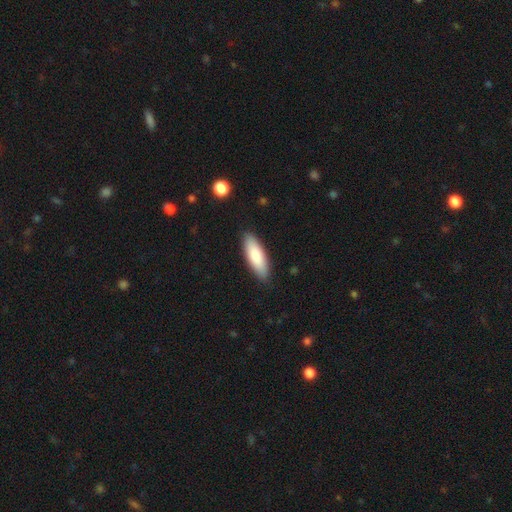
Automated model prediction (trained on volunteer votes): A smooth galaxy with no disk features (84%) that is in between round and cigar-shaped (59%). Merging: none (88%).